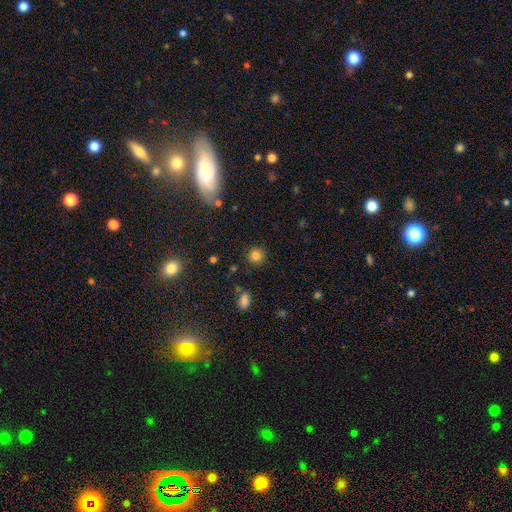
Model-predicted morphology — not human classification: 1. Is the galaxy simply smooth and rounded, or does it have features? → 82% smooth, 13% star or artifact, 6% featured or disk.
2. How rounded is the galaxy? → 92% round, 7% in between, 1% cigar-shaped.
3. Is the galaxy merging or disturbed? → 88% none, 7% minor disturbance, 2% major disturbance, 2% merger.